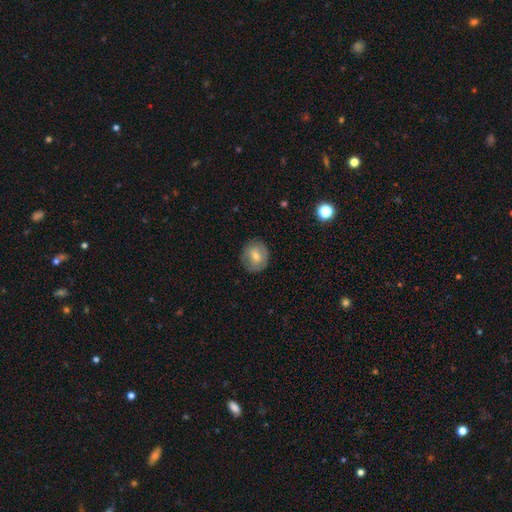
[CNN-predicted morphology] Q: Smooth or featured?
A: smooth (58%); runner-up: featured or disk (32%)
Q: How rounded?
A: round (81%); runner-up: in between (18%)
Q: Merging?
A: none (83%); runner-up: minor disturbance (12%)